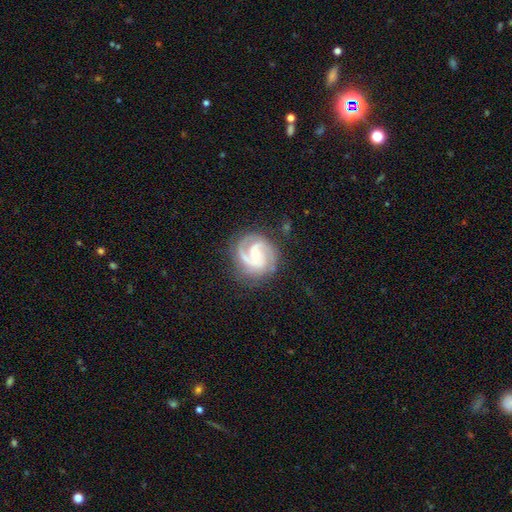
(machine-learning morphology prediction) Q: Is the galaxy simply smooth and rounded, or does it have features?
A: featured or disk — 90%.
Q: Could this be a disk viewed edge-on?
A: no — 98%.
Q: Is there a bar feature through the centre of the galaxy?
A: weak — 44%.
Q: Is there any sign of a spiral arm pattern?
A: yes — 98%.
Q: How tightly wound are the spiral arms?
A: tight — 47%.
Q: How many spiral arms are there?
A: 2 — 61%.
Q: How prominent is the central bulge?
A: small — 56%.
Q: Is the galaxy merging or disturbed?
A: none — 77%.